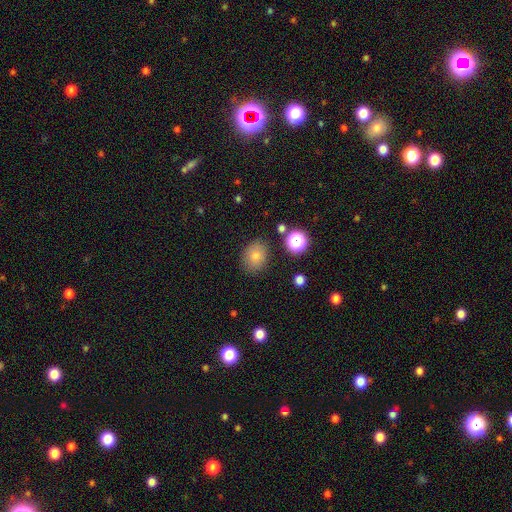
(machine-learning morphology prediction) Smooth or featured? Predicted: smooth (p=0.79). How rounded? Predicted: round (p=0.50). Merging? Predicted: none (p=0.82).